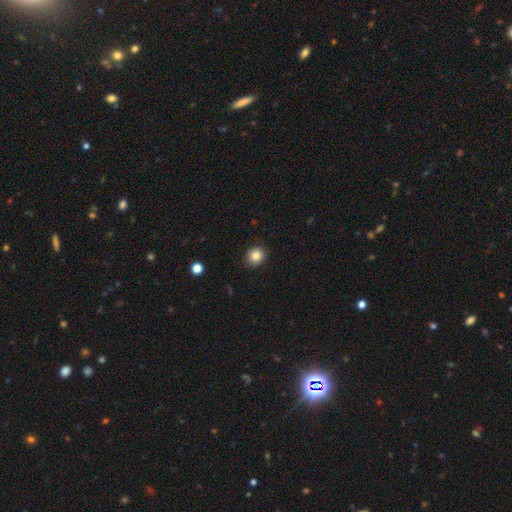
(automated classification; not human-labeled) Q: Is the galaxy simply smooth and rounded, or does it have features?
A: smooth — 84%.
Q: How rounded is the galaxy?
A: round — 75%.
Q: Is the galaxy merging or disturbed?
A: none — 89%.